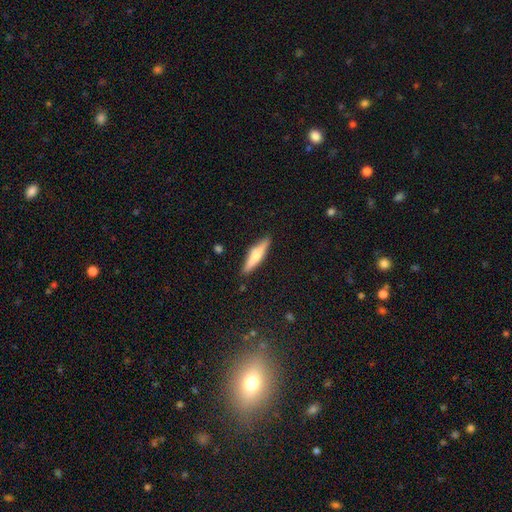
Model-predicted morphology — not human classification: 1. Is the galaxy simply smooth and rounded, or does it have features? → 55% smooth, 38% featured or disk, 6% star or artifact.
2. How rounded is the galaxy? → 79% cigar-shaped, 20% in between, 2% round.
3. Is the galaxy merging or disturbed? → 87% none, 9% minor disturbance, 2% major disturbance, 1% merger.